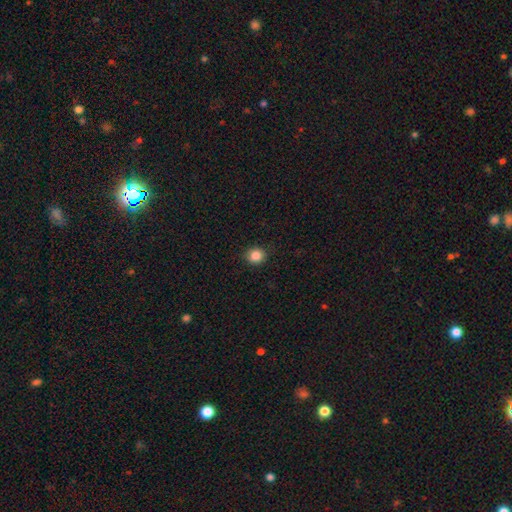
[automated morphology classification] The model was most divided on "how rounded": round: 83%, in between: 16%, cigar-shaped: 1%. More confident: merging — none (89%); smooth or featured — smooth (86%).